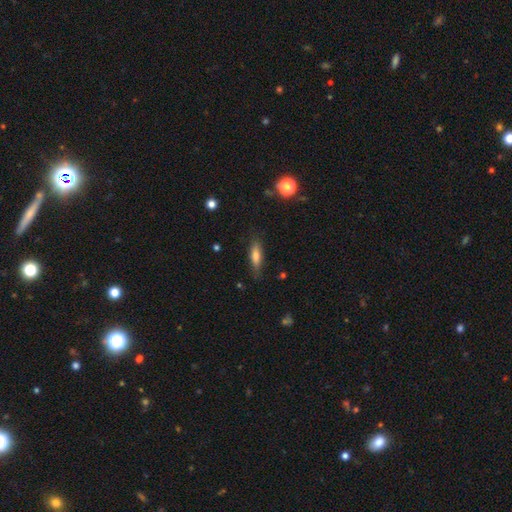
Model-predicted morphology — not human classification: This appears to be a smooth galaxy with no disk features (72%) that is cigar-shaped (58%). Merging: none (81%).